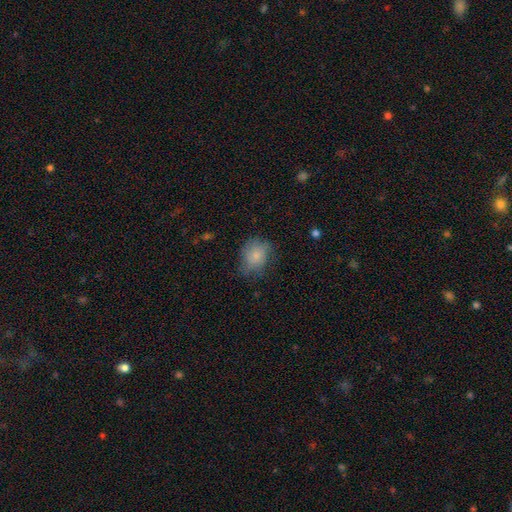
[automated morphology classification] Smooth or featured? Predicted: smooth (p=0.79). How rounded? Predicted: round (p=0.57). Merging? Predicted: none (p=0.60).